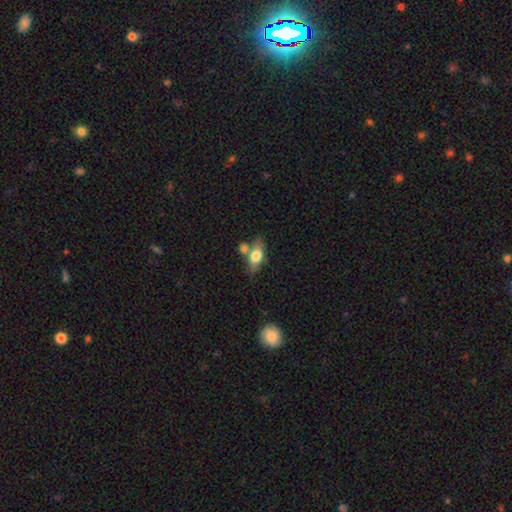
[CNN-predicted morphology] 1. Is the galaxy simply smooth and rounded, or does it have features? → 69% smooth, 24% featured or disk, 7% star or artifact.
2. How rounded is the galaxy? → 79% in between, 11% cigar-shaped, 10% round.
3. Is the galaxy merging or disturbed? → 51% none, 27% merger, 16% minor disturbance, 6% major disturbance.